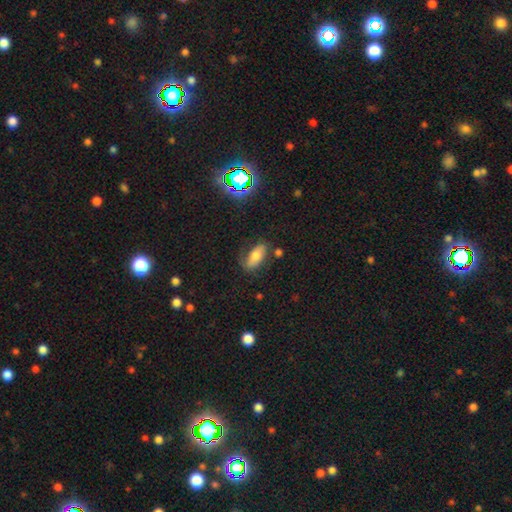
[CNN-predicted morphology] Smooth or featured? Predicted: smooth (p=0.62). How rounded? Predicted: in between (p=0.85). Merging? Predicted: none (p=0.60).